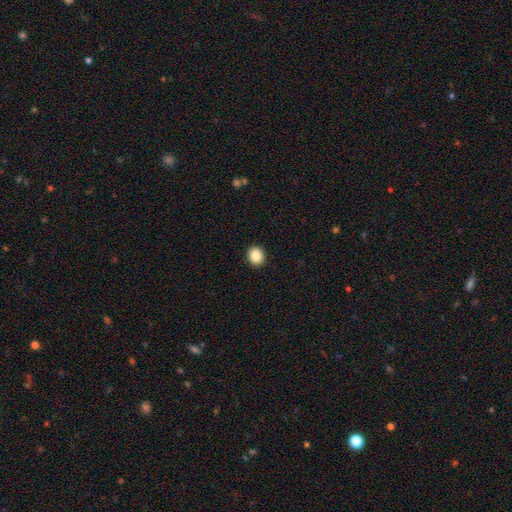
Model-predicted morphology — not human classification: smooth 86%, star or artifact 9%, featured or disk 5%. Down the decision tree: how rounded — round (78%); merging — none (93%).